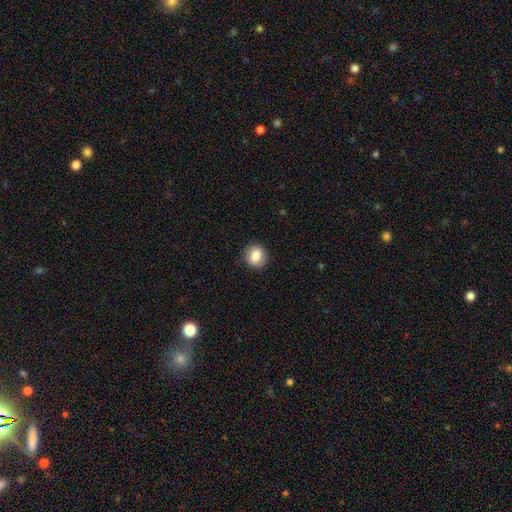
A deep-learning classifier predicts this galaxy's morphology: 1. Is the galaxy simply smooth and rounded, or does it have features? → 84% smooth, 9% star or artifact, 8% featured or disk.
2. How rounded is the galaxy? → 75% round, 24% in between, 1% cigar-shaped.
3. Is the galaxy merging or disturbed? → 88% none, 8% minor disturbance, 2% major disturbance, 1% merger.